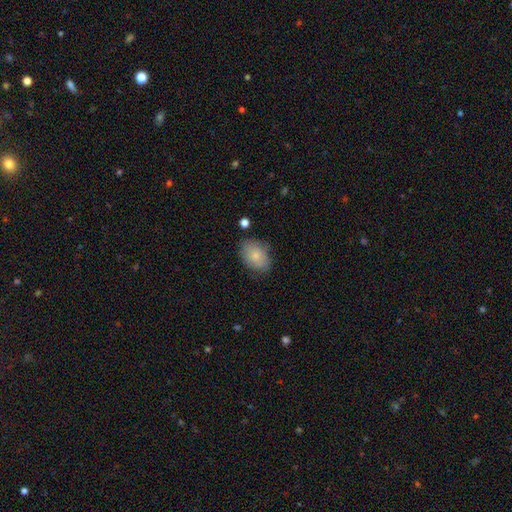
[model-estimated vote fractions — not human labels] smooth_or_featured: smooth (p=0.77) [alt: featured or disk p=0.16]
how_rounded: in between (p=0.82) [alt: round p=0.17]
merging: none (p=0.75) [alt: minor disturbance p=0.19]